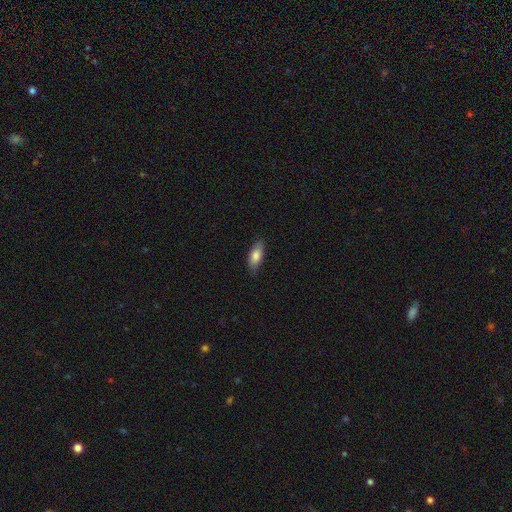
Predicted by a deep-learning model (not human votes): Morphology: type=smooth (80%); roundness=in between (78%); merging=none (83%).